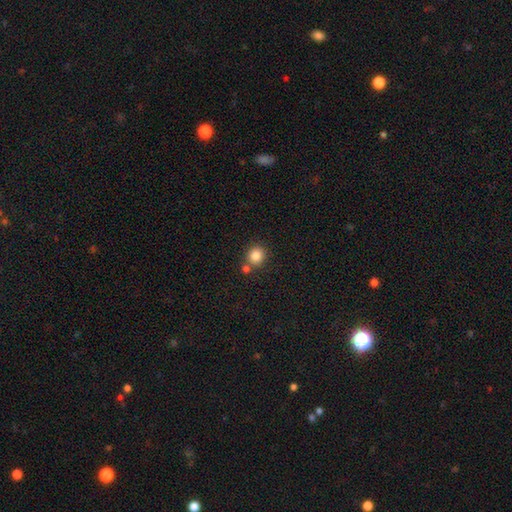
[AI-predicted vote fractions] This is clearly a smooth galaxy (84%). How rounded: clearly round (88%). Merging: likely none (71%).